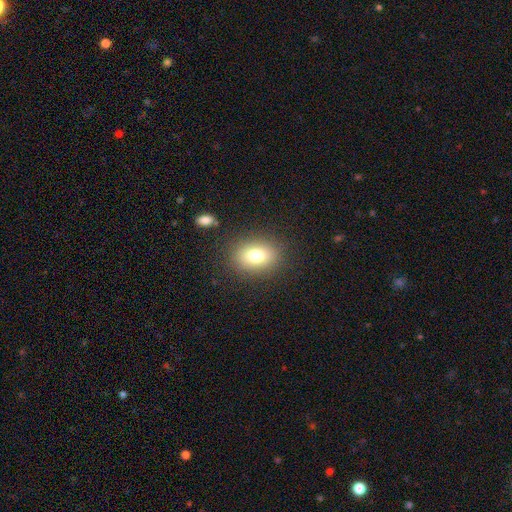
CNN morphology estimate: Smooth or featured?
  - smooth: 76% *
  - featured or disk: 12%
  - star or artifact: 11%
How rounded?
  - in between: 64% *
  - round: 34%
  - cigar-shaped: 1%
Merging?
  - none: 85% *
  - minor disturbance: 9%
  - major disturbance: 4%
  - merger: 2%